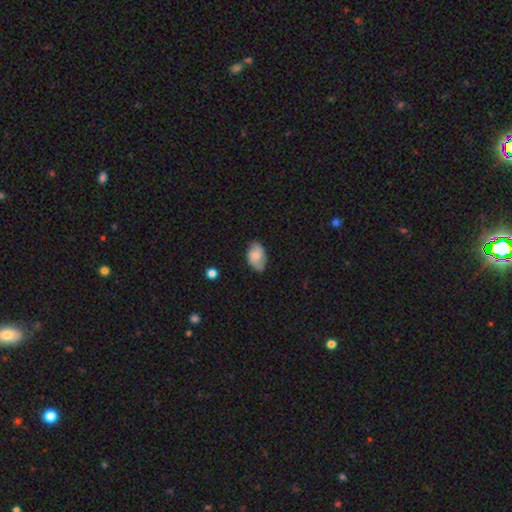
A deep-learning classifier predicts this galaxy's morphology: smooth_or_featured: smooth (p=0.60) [alt: featured or disk p=0.32]
how_rounded: in between (p=0.89) [alt: round p=0.09]
merging: none (p=0.66) [alt: minor disturbance p=0.27]